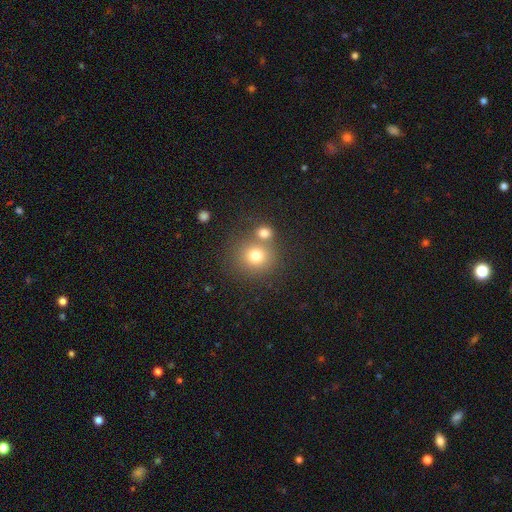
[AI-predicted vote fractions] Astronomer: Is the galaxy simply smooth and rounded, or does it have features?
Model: smooth — 76%.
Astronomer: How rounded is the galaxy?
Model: round — 86%.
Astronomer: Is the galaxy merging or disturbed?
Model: none — 59%.